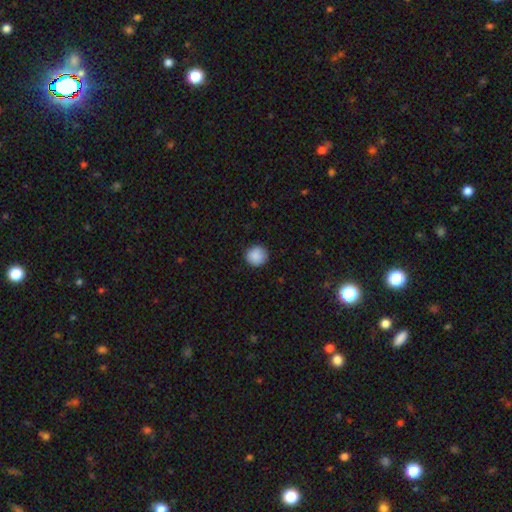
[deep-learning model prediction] The model was most divided on "smooth or featured": smooth: 89%, star or artifact: 8%, featured or disk: 3%. More confident: how rounded — round (94%); merging — none (90%).